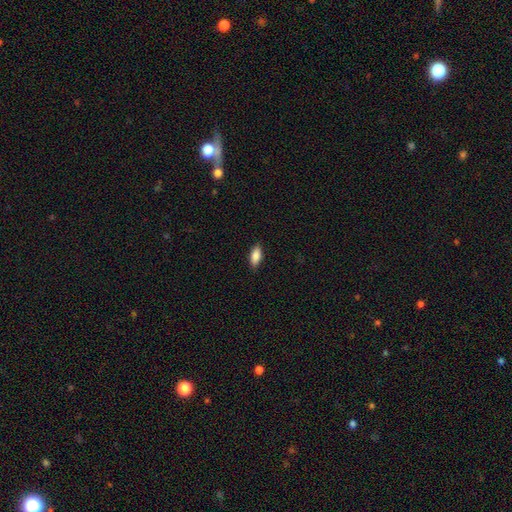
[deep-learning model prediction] Smooth or featured?
  - smooth: 85% *
  - featured or disk: 9%
  - star or artifact: 6%
How rounded?
  - in between: 83% *
  - cigar-shaped: 15%
  - round: 2%
Merging?
  - none: 88% *
  - minor disturbance: 9%
  - major disturbance: 2%
  - merger: 1%